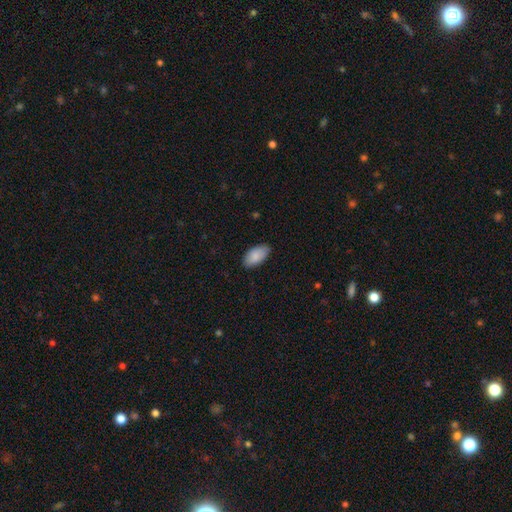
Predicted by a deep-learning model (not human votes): Morphology: type=smooth (87%); roundness=in between (95%); merging=none (85%).